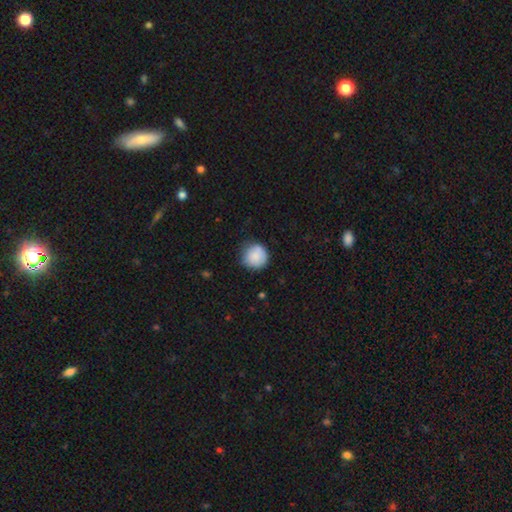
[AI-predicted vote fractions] Smooth or featured: smooth — 85% (featured or disk — 8%)
How rounded: round — 93% (in between — 7%)
Merging: none — 75% (minor disturbance — 19%)